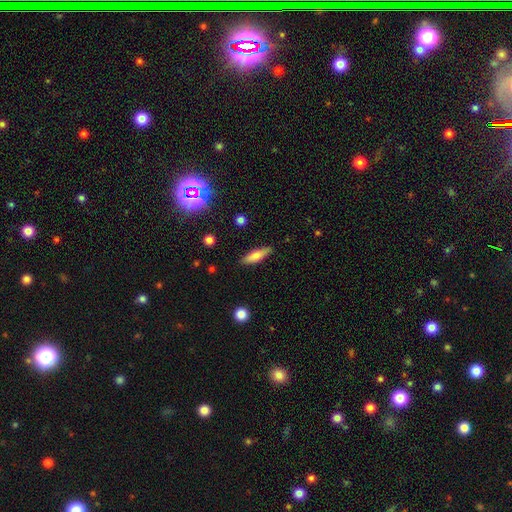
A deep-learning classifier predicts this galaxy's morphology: Smooth or featured? smooth (69%)
How rounded? cigar-shaped (62%)
Merging? none (86%)